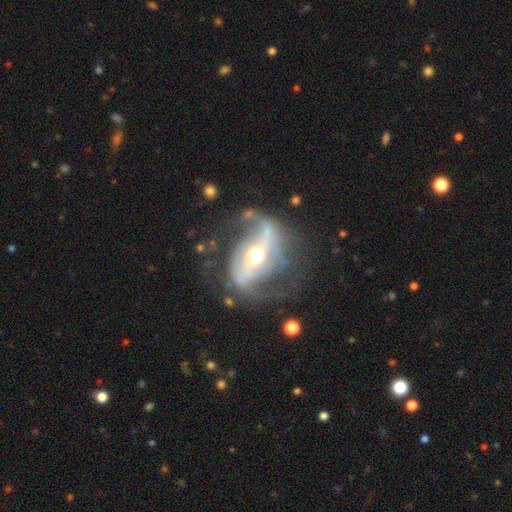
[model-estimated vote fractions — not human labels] featured or disk 85%, smooth 9%, star or artifact 6%. Down the decision tree: edge-on disk — no (95%); bar — strong (55%); spiral arms — yes (87%); spiral arm count — 2 (83%); spiral winding — loose (48%); bulge size — moderate (68%); merging — none (58%).